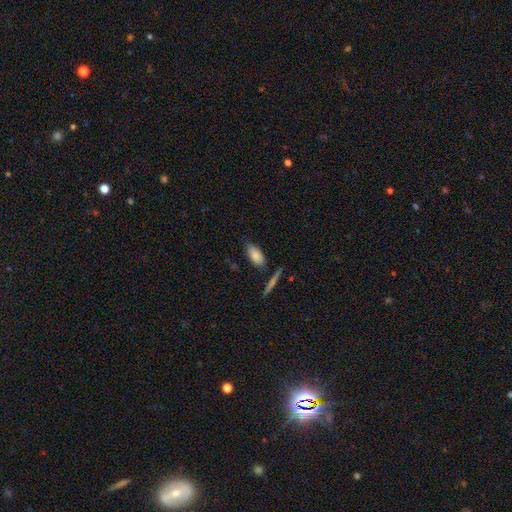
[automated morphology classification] This is clearly a smooth galaxy (83%). How rounded: clearly in between (87%). Merging: likely none (72%).